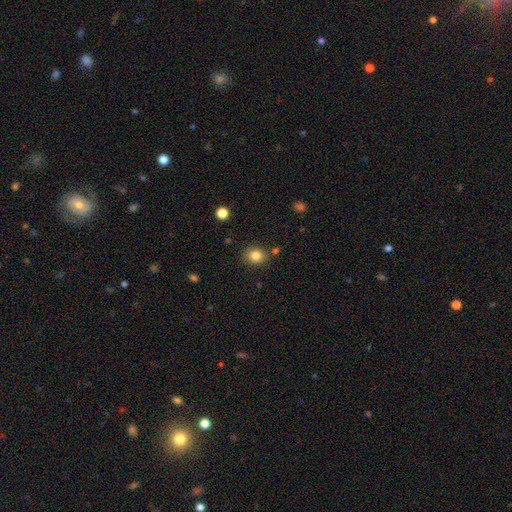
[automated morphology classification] A smooth galaxy with no disk features (83%) that is round (65%).

Vote fractions:
- Smooth or featured? smooth: 83% / star or artifact: 11% / featured or disk: 6%
- How rounded? round: 65% / in between: 34% / cigar-shaped: 1%
- Merging? none: 83% / minor disturbance: 10% / merger: 4% / major disturbance: 3%